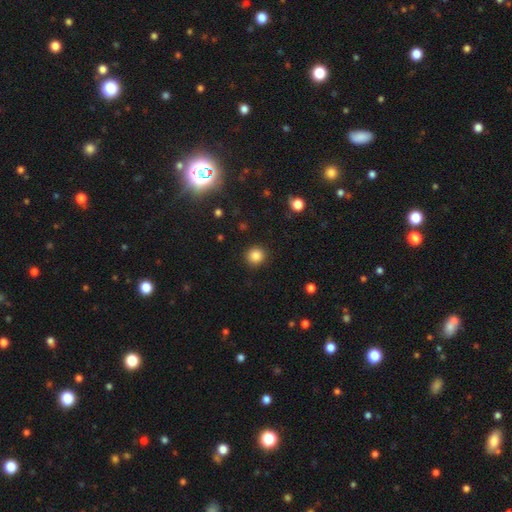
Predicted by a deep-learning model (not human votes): Q: Smooth or featured?
A: smooth (85%); runner-up: star or artifact (11%)
Q: How rounded?
A: round (91%); runner-up: in between (8%)
Q: Merging?
A: none (91%); runner-up: minor disturbance (6%)